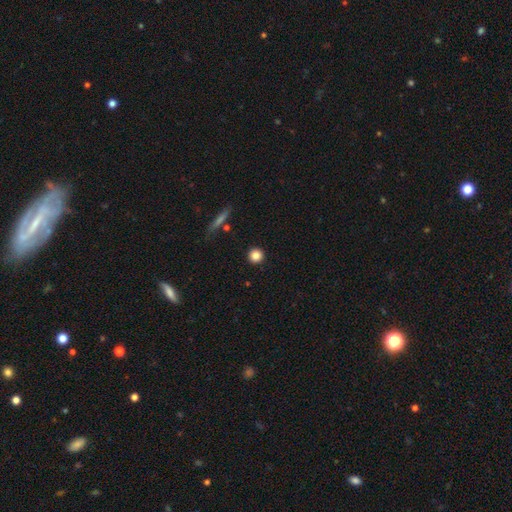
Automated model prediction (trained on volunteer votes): The model was most divided on "smooth or featured": smooth: 84%, star or artifact: 10%, featured or disk: 6%. More confident: how rounded — round (95%); merging — none (92%).